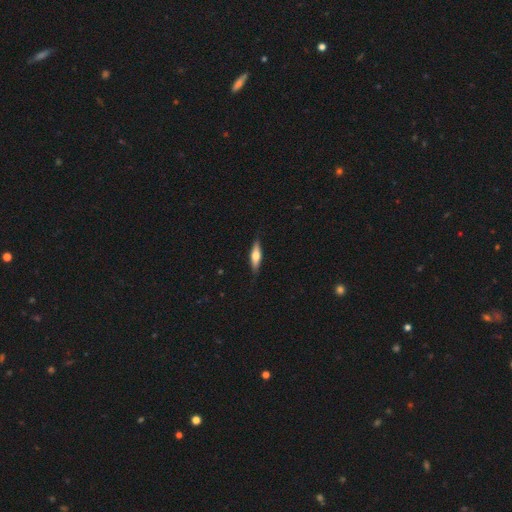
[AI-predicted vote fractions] This is possibly a smooth galaxy (51%). How rounded: likely cigar-shaped (65%). Merging: clearly none (87%).